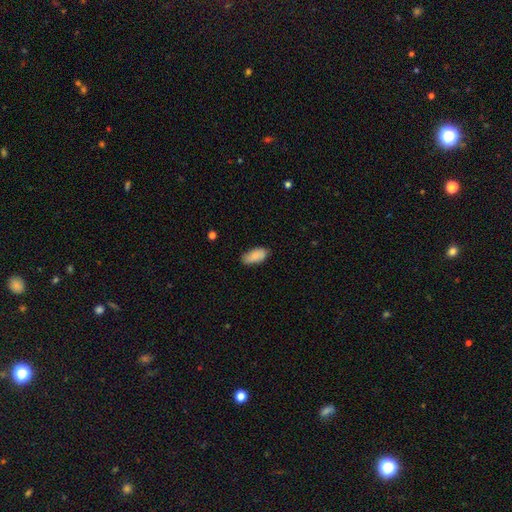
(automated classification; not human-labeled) A smooth galaxy with no disk features (87%) that is in between round and cigar-shaped (90%). Merging: none (80%).